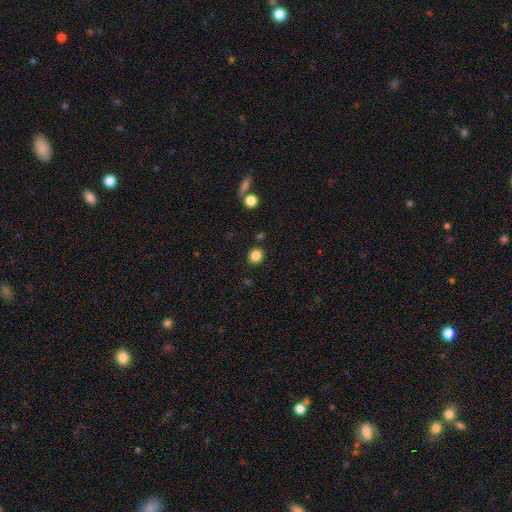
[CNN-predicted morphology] A smooth galaxy with no disk features (84%) that is round (85%).

Vote fractions:
- Smooth or featured? smooth: 84% / star or artifact: 11% / featured or disk: 5%
- How rounded? round: 85% / in between: 14% / cigar-shaped: 1%
- Merging? none: 88% / minor disturbance: 7% / merger: 3% / major disturbance: 2%